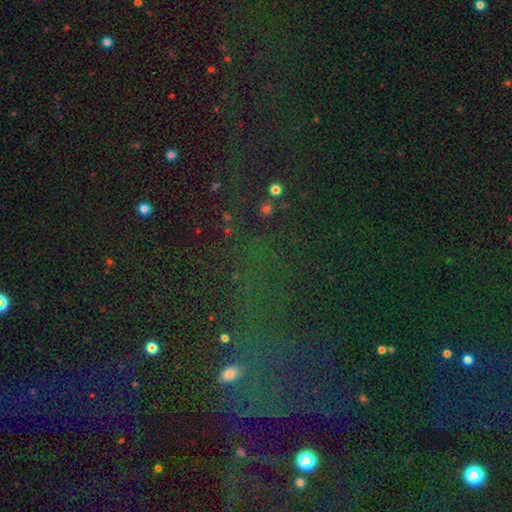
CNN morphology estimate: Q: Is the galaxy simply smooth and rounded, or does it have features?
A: star or artifact — 74%.